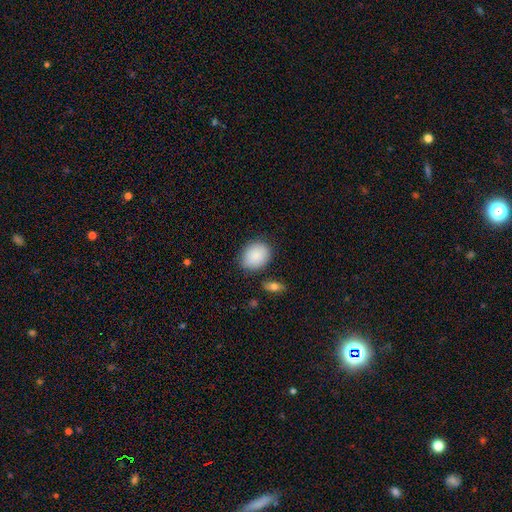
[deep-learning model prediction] Smooth or featured? Predicted: smooth (p=0.88). How rounded? Predicted: in between (p=0.58). Merging? Predicted: none (p=0.77).